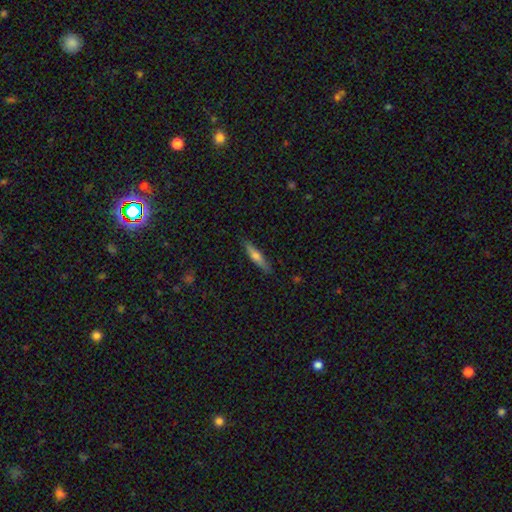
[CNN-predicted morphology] This is possibly a smooth galaxy (58%). How rounded: clearly cigar-shaped (85%). Merging: clearly none (87%).